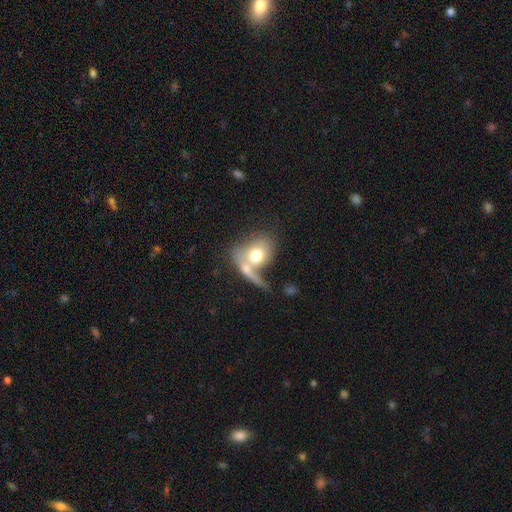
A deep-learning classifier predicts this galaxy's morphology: This appears to be a smooth galaxy with no disk features (66%) that is in between round and cigar-shaped (54%). Merging: merger (53%).